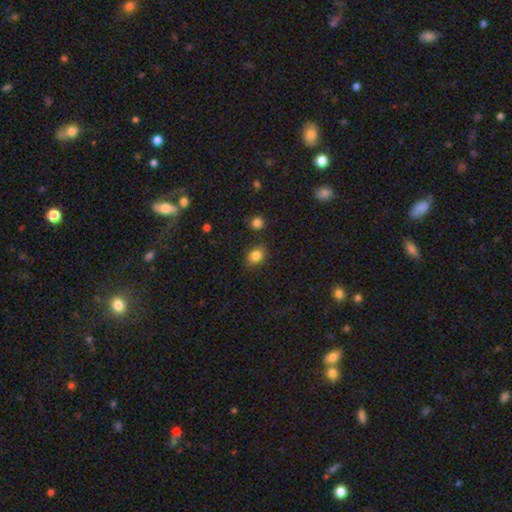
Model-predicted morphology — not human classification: smooth_or_featured: smooth (p=0.84) [alt: star or artifact p=0.10]
how_rounded: in between (p=0.61) [alt: round p=0.38]
merging: none (p=0.81) [alt: minor disturbance p=0.12]